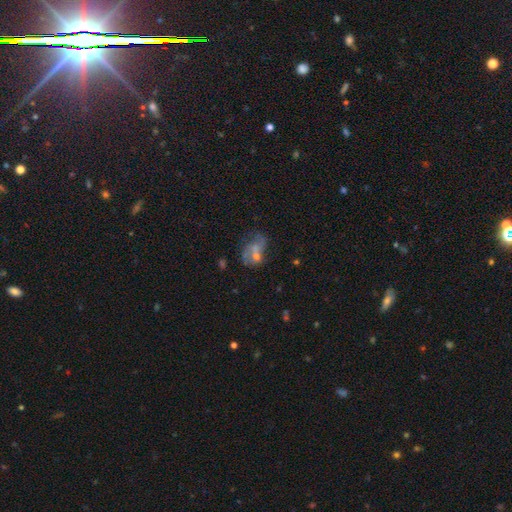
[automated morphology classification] Smooth or featured? Predicted: featured or disk (p=0.52). Edge-on disk? Predicted: no (p=0.97). Bar? Predicted: no (p=0.76). Spiral arms? Predicted: no (p=0.57). Bulge size? Predicted: small (p=0.41). Merging? Predicted: none (p=0.31).